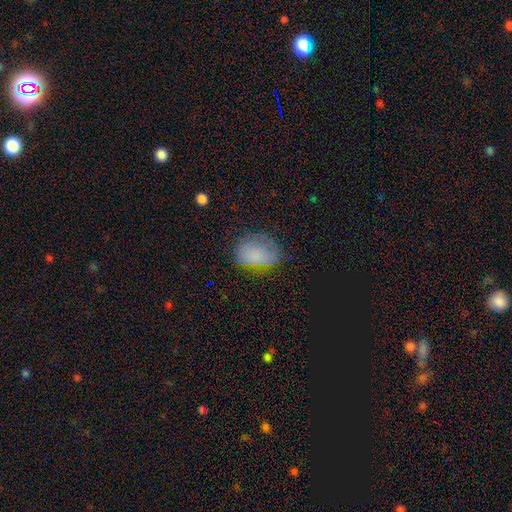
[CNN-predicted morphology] Q: Smooth or featured?
A: smooth (73%); runner-up: featured or disk (15%)
Q: How rounded?
A: in between (69%); runner-up: round (30%)
Q: Merging?
A: none (57%); runner-up: minor disturbance (29%)